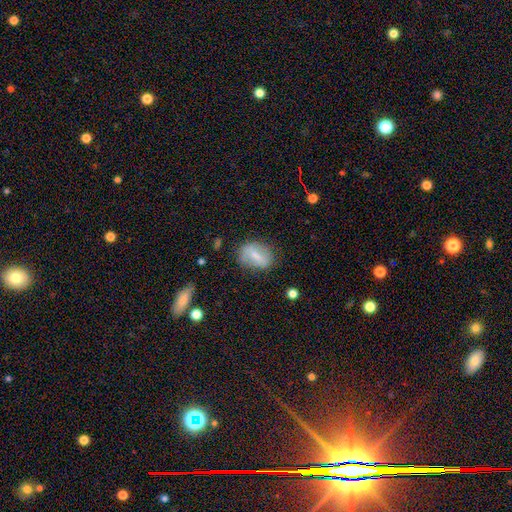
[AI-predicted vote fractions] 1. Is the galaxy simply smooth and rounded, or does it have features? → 55% smooth, 37% featured or disk, 8% star or artifact.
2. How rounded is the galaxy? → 72% in between, 25% round, 3% cigar-shaped.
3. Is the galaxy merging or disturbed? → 70% none, 21% minor disturbance, 8% major disturbance, 2% merger.